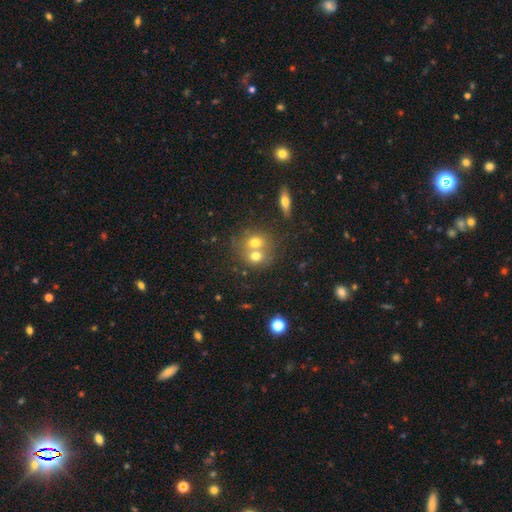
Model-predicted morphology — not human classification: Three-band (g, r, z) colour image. It shows a smooth galaxy with no disk features (66%) that is round (64%). Merging: merger (64%).